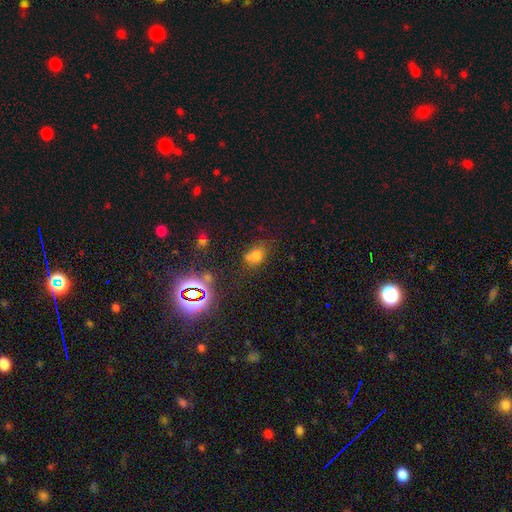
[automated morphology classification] type=smooth (58%); roundness=in between (59%); merging=none (58%).